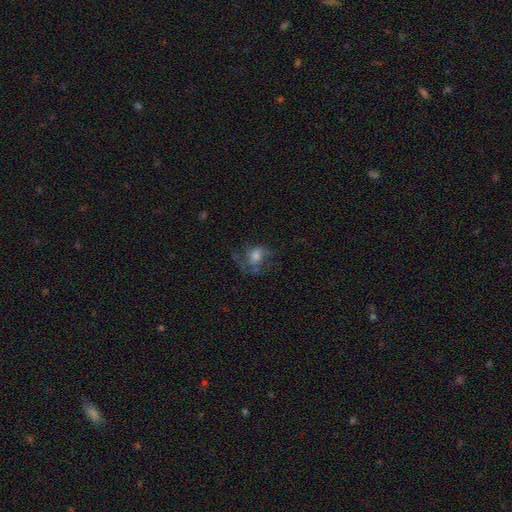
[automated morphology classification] A featured or disk galaxy (48%). Merging: none (44%).